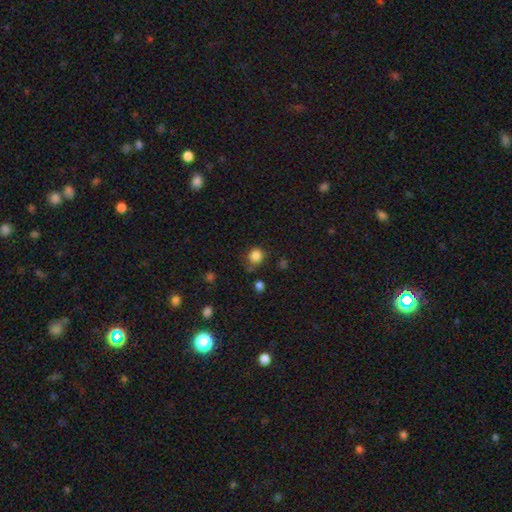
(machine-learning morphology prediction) Overall: smooth (84%). How rounded: round (87%). Merging: none (73%).